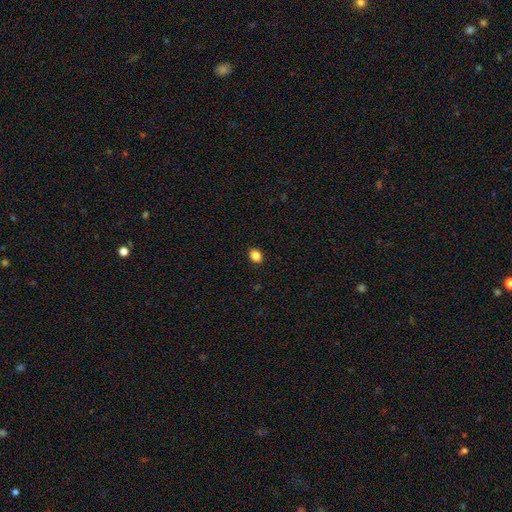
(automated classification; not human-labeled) Smooth or featured? smooth (86%)
How rounded? in between (59%)
Merging? none (91%)